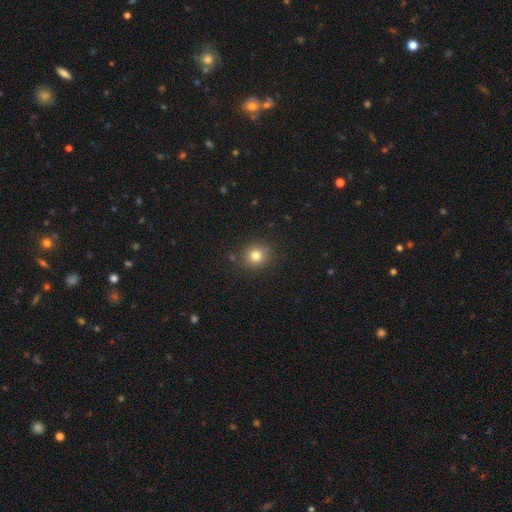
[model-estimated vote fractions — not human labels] smooth 78%, star or artifact 14%, featured or disk 8%. Down the decision tree: how rounded — round (86%); merging — none (87%).